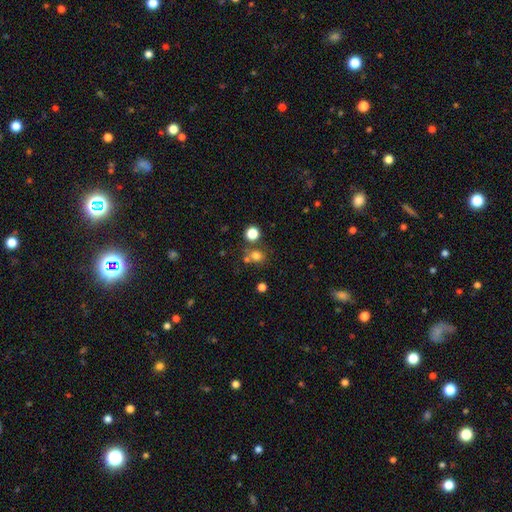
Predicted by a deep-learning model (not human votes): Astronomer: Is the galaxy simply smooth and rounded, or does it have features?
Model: smooth — 73%.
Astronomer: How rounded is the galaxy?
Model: round — 80%.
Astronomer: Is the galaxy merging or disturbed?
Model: none — 62%.